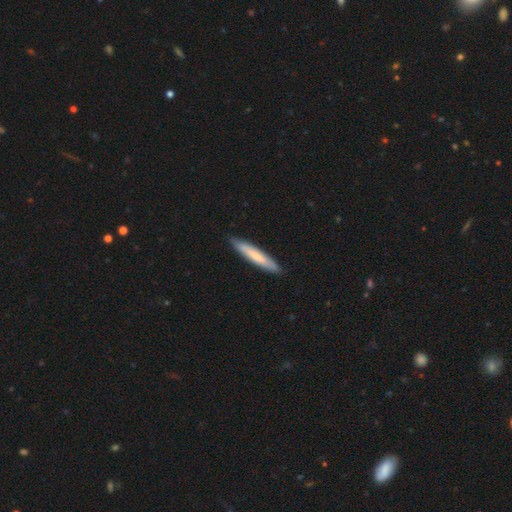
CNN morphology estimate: Smooth or featured? smooth (66%)
How rounded? cigar-shaped (94%)
Merging? none (90%)